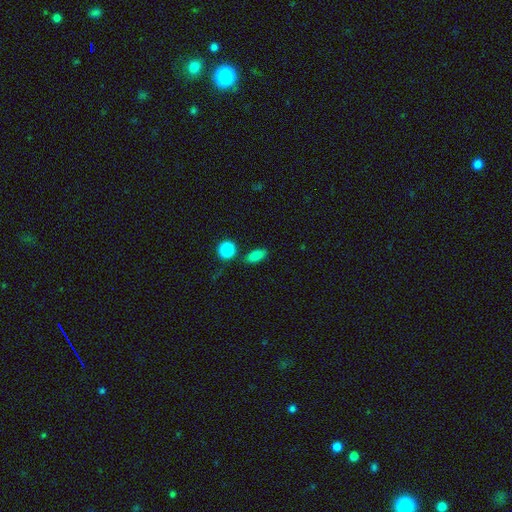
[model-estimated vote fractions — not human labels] Smooth or featured: smooth — 85% (star or artifact — 10%)
How rounded: in between — 81% (round — 11%)
Merging: none — 78% (minor disturbance — 12%)